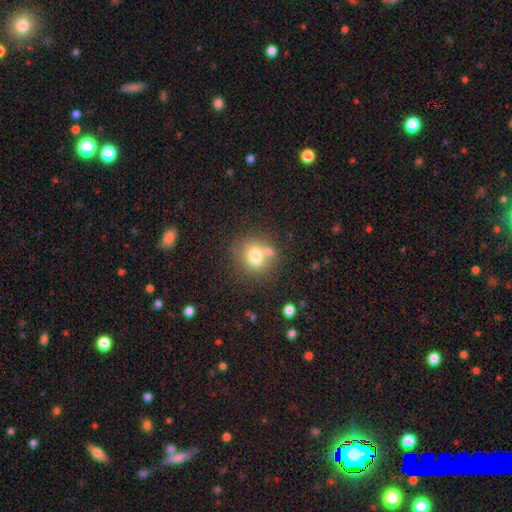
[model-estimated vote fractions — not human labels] This is likely a smooth galaxy (72%). How rounded: likely round (70%). Merging: possibly none (55%).